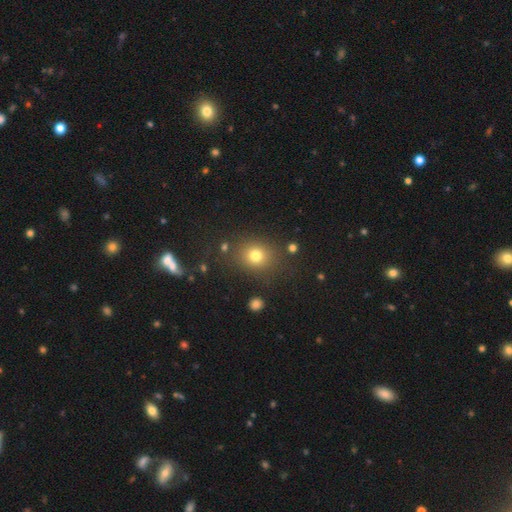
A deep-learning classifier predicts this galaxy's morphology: Smooth or featured: smooth — 77% (star or artifact — 15%)
How rounded: round — 72% (in between — 27%)
Merging: none — 82% (minor disturbance — 10%)